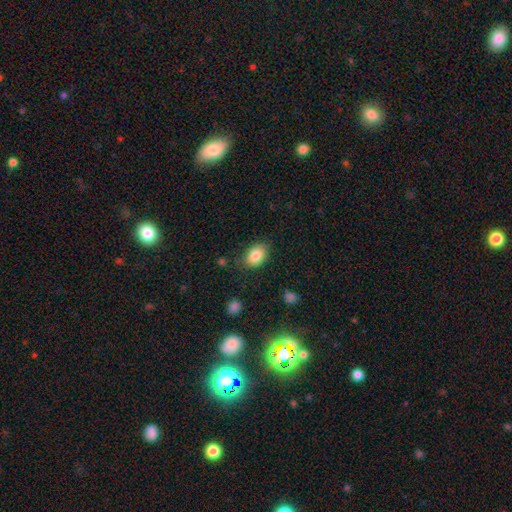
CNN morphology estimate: This is clearly a smooth galaxy (85%). How rounded: likely in between (80%). Merging: clearly none (80%).